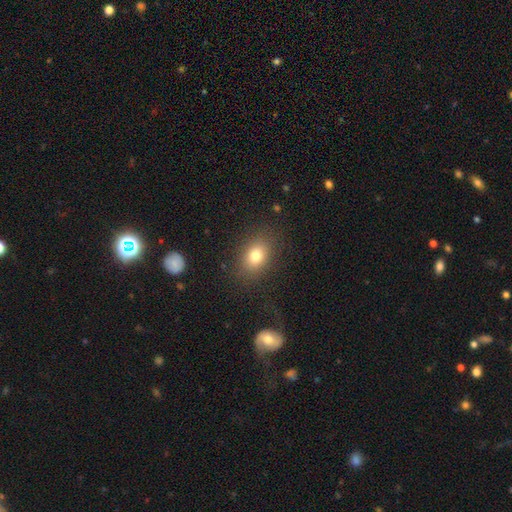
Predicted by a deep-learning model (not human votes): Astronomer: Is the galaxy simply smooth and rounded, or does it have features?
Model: smooth — 77%.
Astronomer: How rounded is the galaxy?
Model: in between — 68%.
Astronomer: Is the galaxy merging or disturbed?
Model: none — 83%.